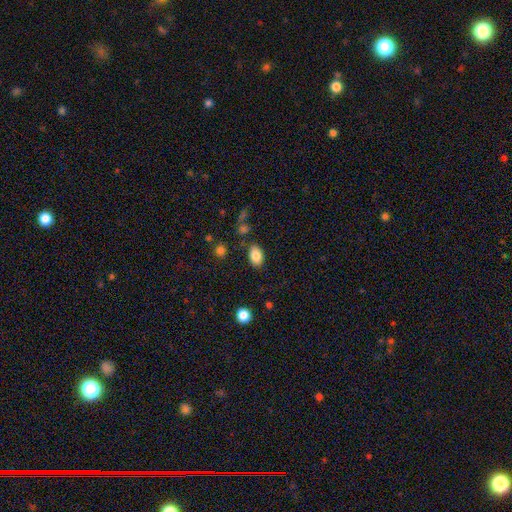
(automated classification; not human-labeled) smooth_or_featured: smooth (p=0.84) [alt: star or artifact p=0.09]
how_rounded: in between (p=0.85) [alt: round p=0.13]
merging: none (p=0.81) [alt: minor disturbance p=0.13]